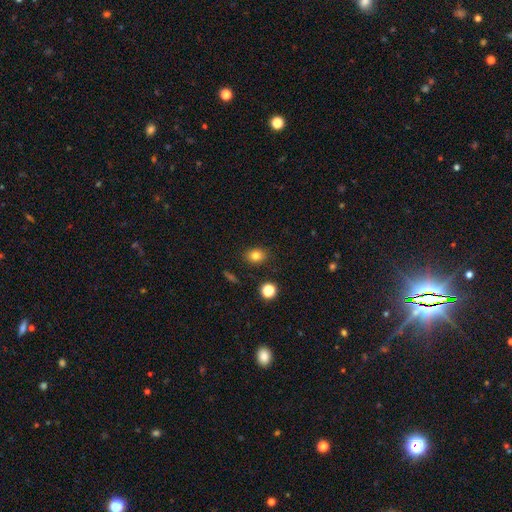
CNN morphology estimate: Smooth or featured: smooth — 80% (star or artifact — 13%)
How rounded: round — 50% (in between — 49%)
Merging: none — 87% (minor disturbance — 9%)